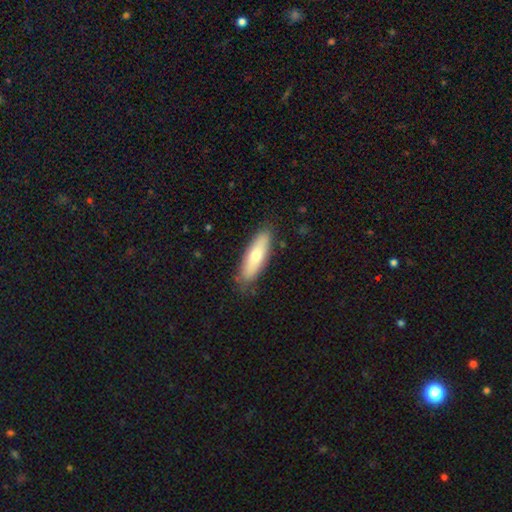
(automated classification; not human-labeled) This is likely a smooth galaxy (67%). How rounded: possibly cigar-shaped (54%). Merging: clearly none (83%).